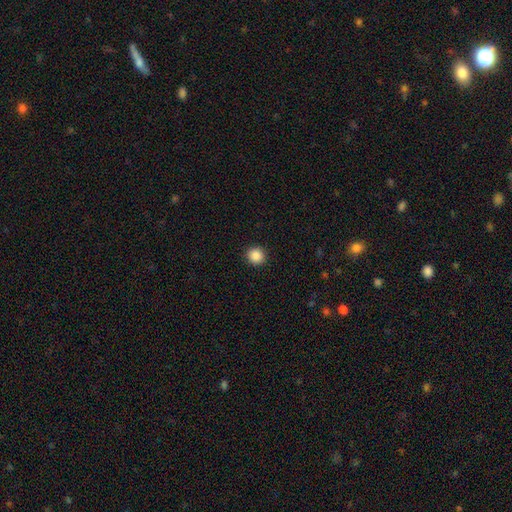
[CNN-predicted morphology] type=smooth (87%); roundness=round (90%); merging=none (92%).